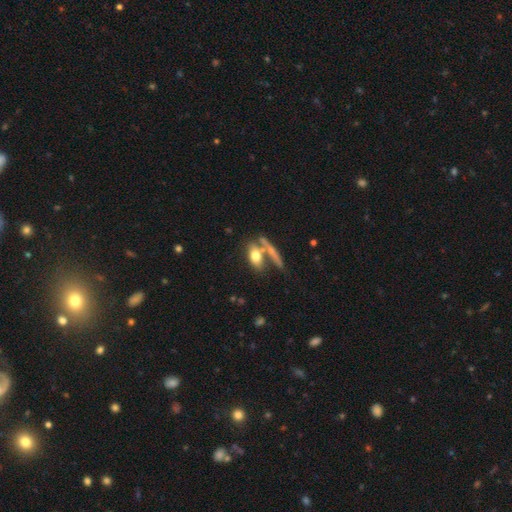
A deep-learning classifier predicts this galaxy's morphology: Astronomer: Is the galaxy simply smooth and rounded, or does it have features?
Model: smooth — 69%.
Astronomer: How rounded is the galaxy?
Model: in between — 76%.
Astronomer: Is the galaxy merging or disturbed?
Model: none — 46% (runner-up: merger, 36%).